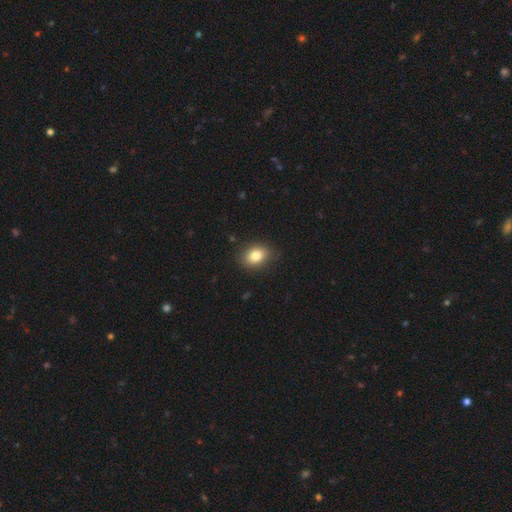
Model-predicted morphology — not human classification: smooth-or-featured: smooth: 82% | star or artifact: 10% | featured or disk: 9%
  how-rounded: in between: 66% | round: 33% | cigar-shaped: 1%
  merging: none: 86% | minor disturbance: 11% | major disturbance: 3% | merger: 1%